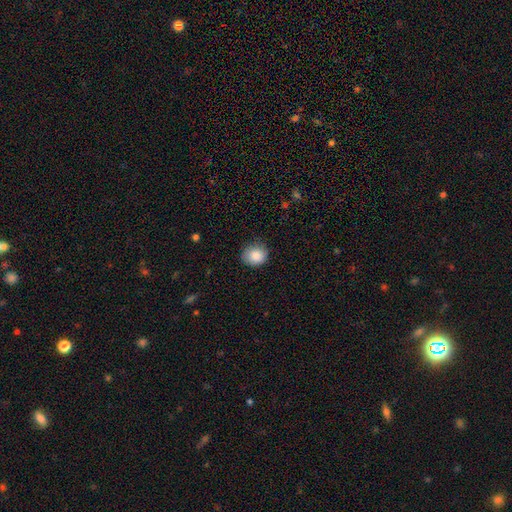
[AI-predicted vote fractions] smooth_or_featured: smooth (p=0.87) [alt: star or artifact p=0.08]
how_rounded: round (p=0.79) [alt: in between p=0.20]
merging: none (p=0.78) [alt: minor disturbance p=0.18]